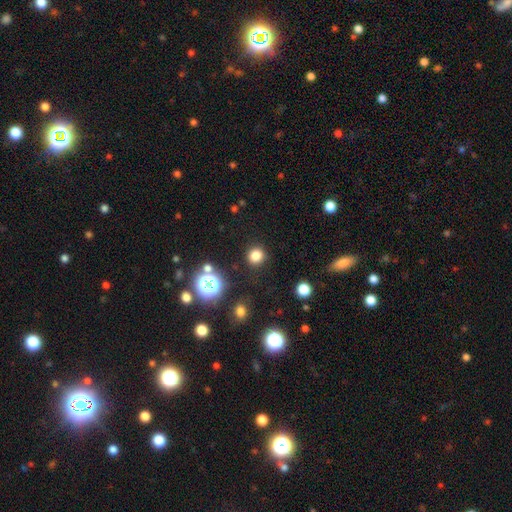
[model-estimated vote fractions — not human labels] Morphology: type=smooth (79%); roundness=round (91%); merging=none (89%).